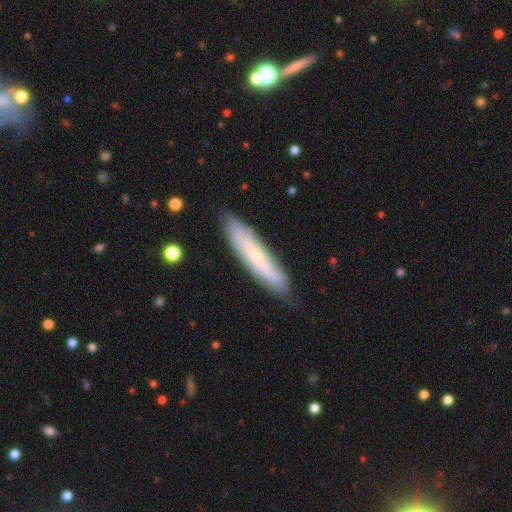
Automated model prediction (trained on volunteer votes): Smooth or featured? featured or disk (57%)
Edge-on disk? no (59%)
Merging? none (80%)